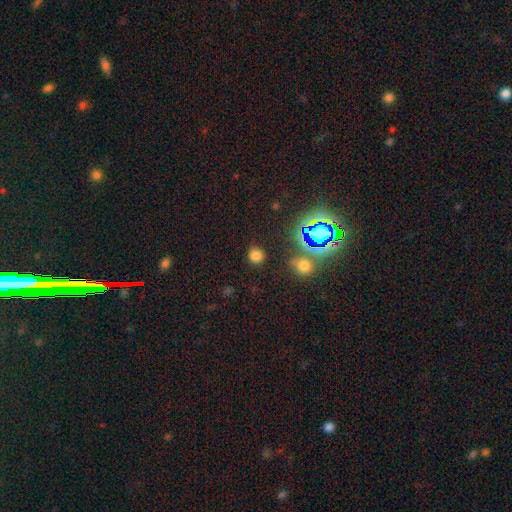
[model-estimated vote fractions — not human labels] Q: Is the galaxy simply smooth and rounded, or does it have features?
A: smooth — 71%.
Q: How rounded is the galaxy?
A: round — 85%.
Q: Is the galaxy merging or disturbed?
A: none — 84%.